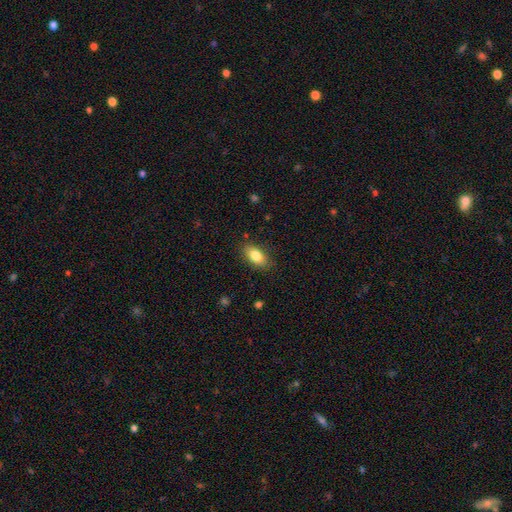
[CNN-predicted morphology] Smooth or featured? smooth (81%)
How rounded? in between (89%)
Merging? none (85%)